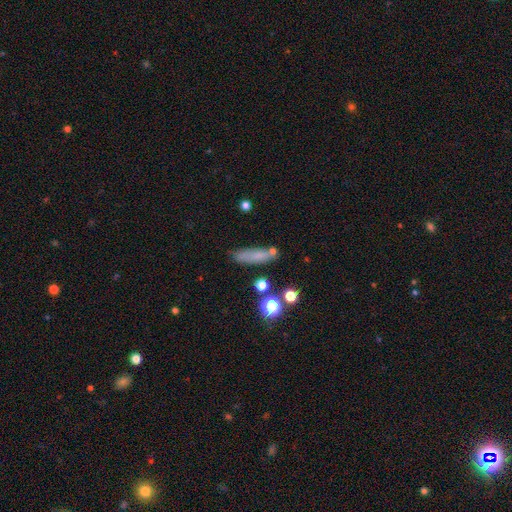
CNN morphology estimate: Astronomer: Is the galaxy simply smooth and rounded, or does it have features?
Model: smooth — 72%.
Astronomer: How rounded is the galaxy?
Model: cigar-shaped — 68%.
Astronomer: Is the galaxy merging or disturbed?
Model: none — 70%.